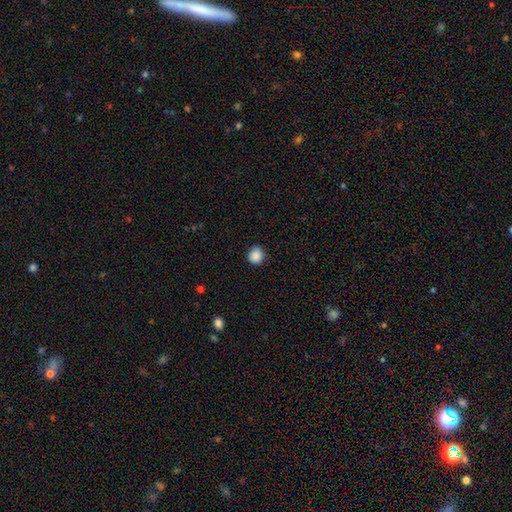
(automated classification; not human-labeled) Morphology: type=smooth (88%); roundness=round (78%); merging=none (87%).